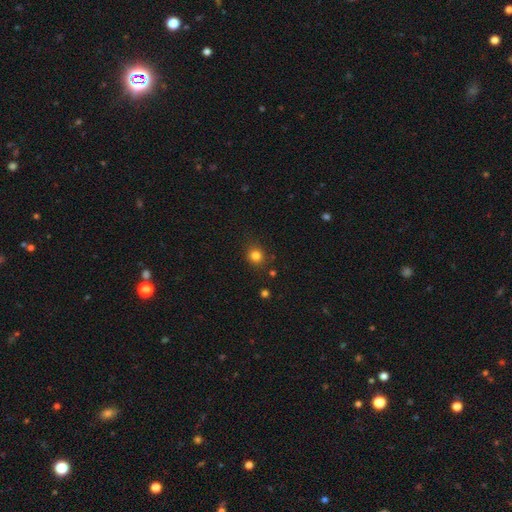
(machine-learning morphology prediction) This is clearly a smooth galaxy (82%). How rounded: clearly round (85%). Merging: clearly none (84%).